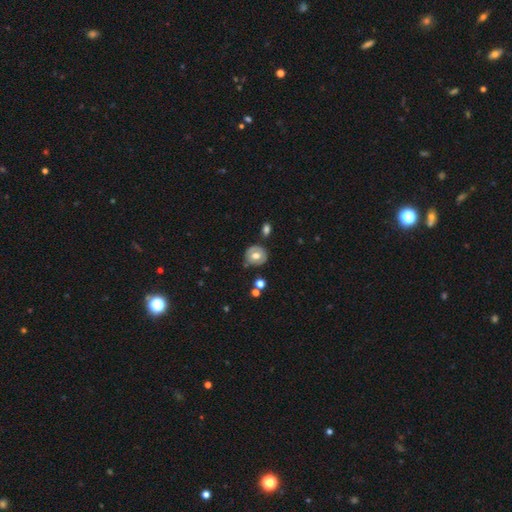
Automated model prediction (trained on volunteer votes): smooth_or_featured: smooth (p=0.54) [alt: featured or disk p=0.38]
how_rounded: round (p=0.82) [alt: in between p=0.17]
merging: none (p=0.78) [alt: minor disturbance p=0.13]